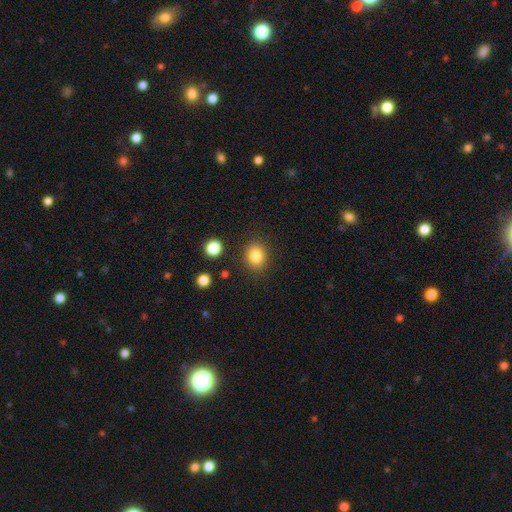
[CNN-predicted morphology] Q: Smooth or featured?
A: smooth (83%); runner-up: star or artifact (10%)
Q: How rounded?
A: round (63%); runner-up: in between (37%)
Q: Merging?
A: none (84%); runner-up: minor disturbance (10%)